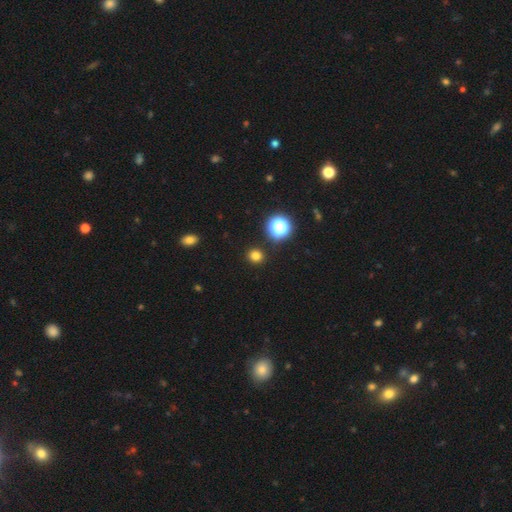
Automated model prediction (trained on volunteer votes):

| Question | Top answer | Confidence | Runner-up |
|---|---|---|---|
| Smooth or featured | smooth | 77% | star or artifact (18%) |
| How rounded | round | 88% | in between (11%) |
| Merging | none | 91% | minor disturbance (5%) |